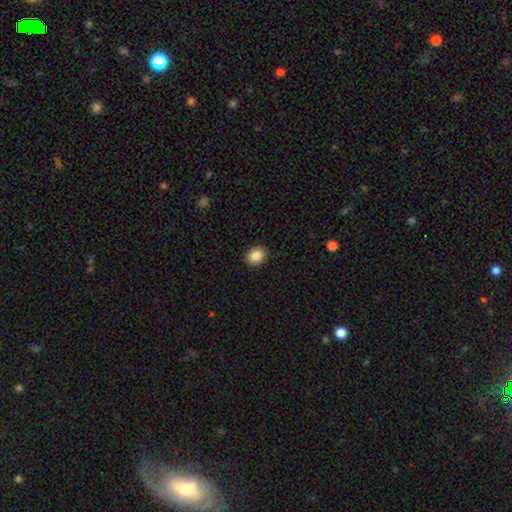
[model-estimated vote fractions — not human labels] The model was most divided on "how rounded": round: 68%, in between: 31%, cigar-shaped: 1%. More confident: merging — none (91%); smooth or featured — smooth (86%).